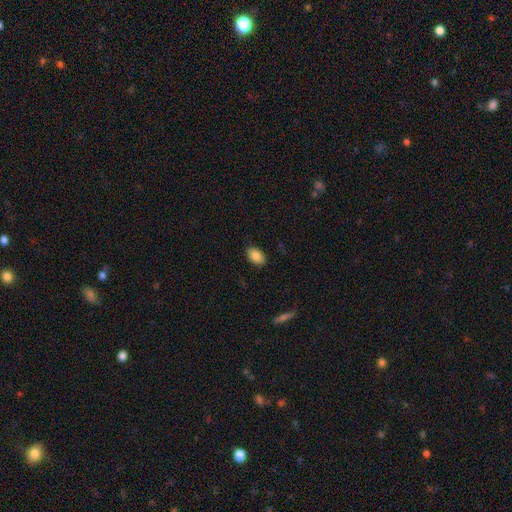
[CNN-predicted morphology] Q: Smooth or featured?
A: smooth (86%); runner-up: star or artifact (8%)
Q: How rounded?
A: in between (89%); runner-up: round (10%)
Q: Merging?
A: none (87%); runner-up: minor disturbance (10%)